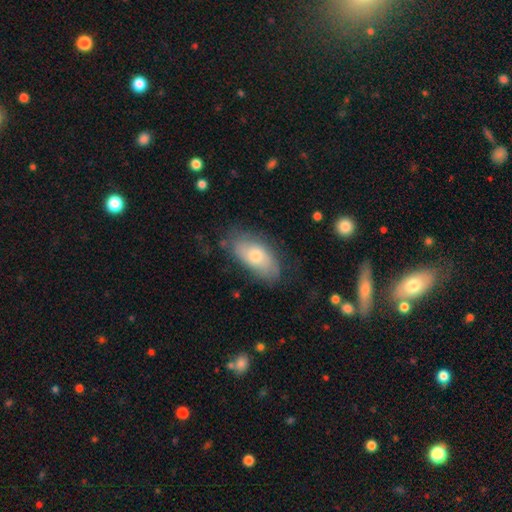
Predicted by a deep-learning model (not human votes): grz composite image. It shows a smooth galaxy with no disk features (66%) that is in between round and cigar-shaped (90%). Merging: none (70%).